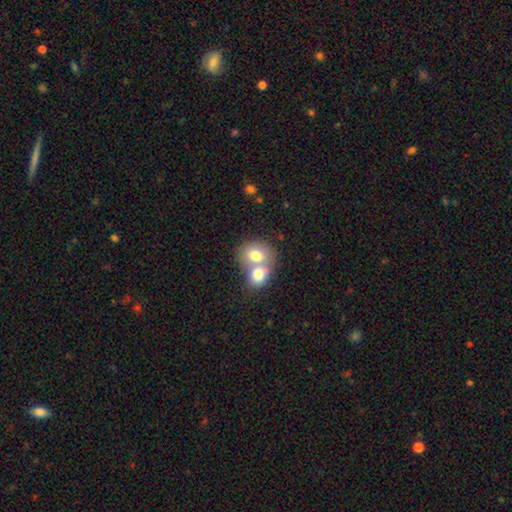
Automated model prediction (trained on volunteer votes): Smooth or featured: smooth — 73% (featured or disk — 19%)
How rounded: round — 50% (in between — 49%)
Merging: merger — 67% (none — 24%)